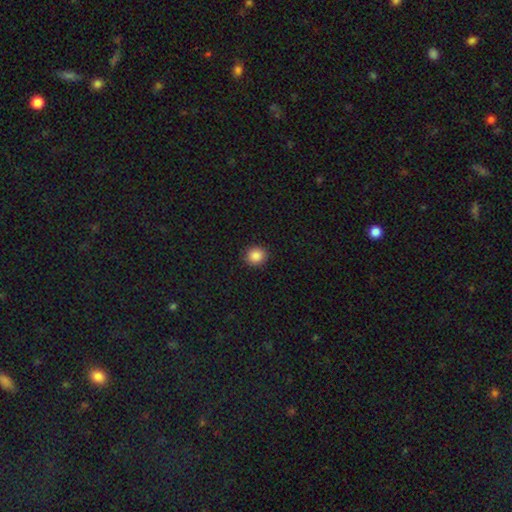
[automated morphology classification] smooth_or_featured: smooth (p=0.87) [alt: star or artifact p=0.10]
how_rounded: round (p=0.87) [alt: in between p=0.12]
merging: none (p=0.91) [alt: minor disturbance p=0.06]